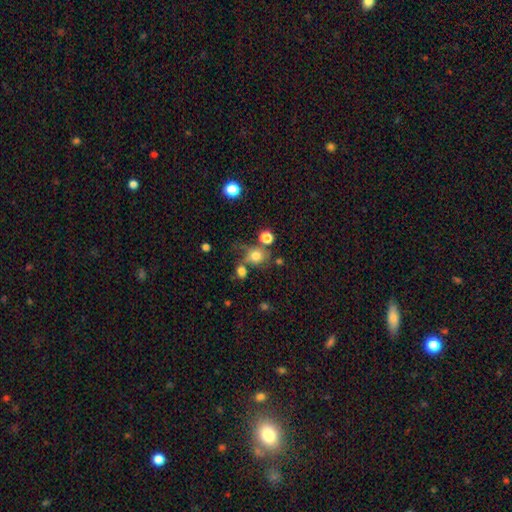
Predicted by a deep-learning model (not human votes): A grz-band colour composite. It shows a smooth galaxy with no disk features (74%) that is round (74%). Merging: none (51%).